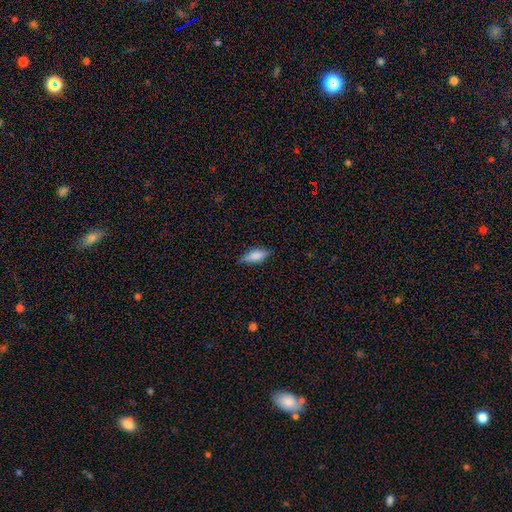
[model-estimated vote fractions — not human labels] Overall: smooth (73%). How rounded: in between (76%). Merging: none (77%).